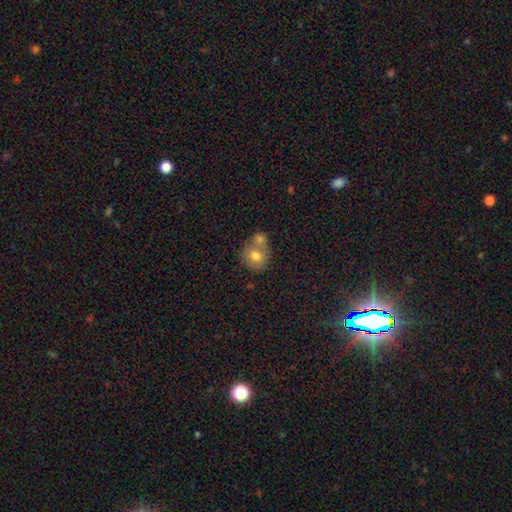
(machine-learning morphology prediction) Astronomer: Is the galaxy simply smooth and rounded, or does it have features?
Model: smooth — 76%.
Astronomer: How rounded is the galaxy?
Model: round — 75%.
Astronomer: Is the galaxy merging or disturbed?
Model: merger — 50% (runner-up: none, 38%).